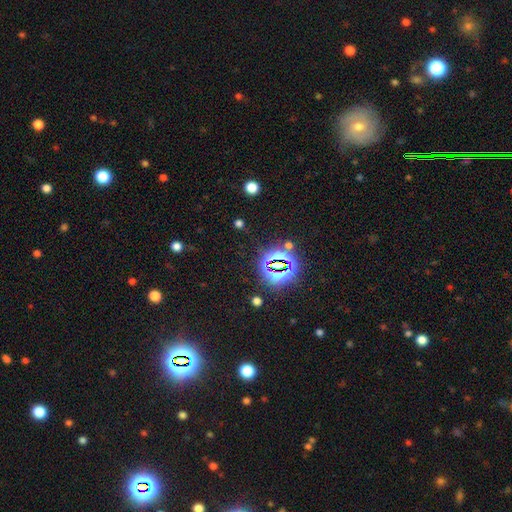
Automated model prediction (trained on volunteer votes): The model was most divided on "smooth or featured": star or artifact: 77%, smooth: 13%, featured or disk: 11%.